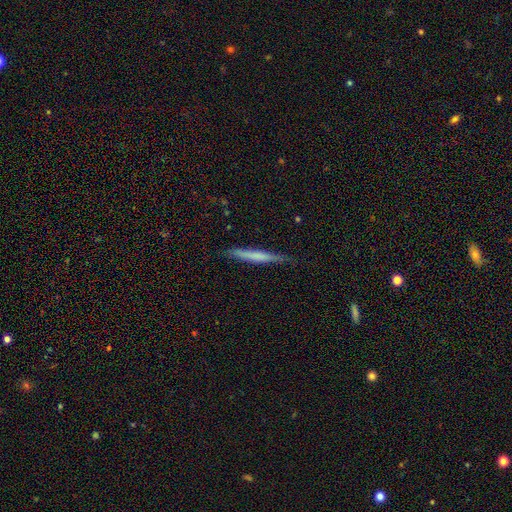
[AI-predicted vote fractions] A smooth galaxy with no disk features (56%) that is cigar-shaped (96%).

Vote fractions:
- Smooth or featured? smooth: 56% / featured or disk: 38% / star or artifact: 6%
- How rounded? cigar-shaped: 96% / in between: 3% / round: 1%
- Merging? none: 82% / minor disturbance: 14% / major disturbance: 3% / merger: 1%